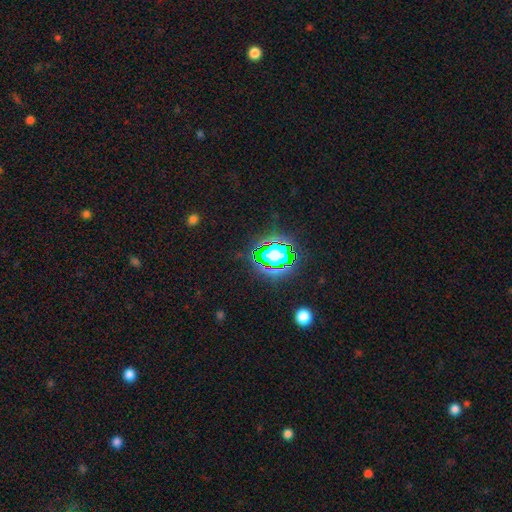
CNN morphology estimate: This is likely a star or artifact rather than a galaxy (73%).